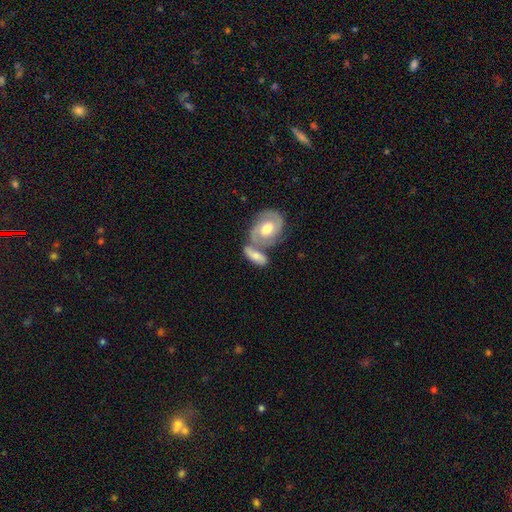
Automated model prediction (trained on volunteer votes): Q: Smooth or featured?
A: featured or disk (50%); runner-up: smooth (44%)
Q: Merging?
A: merger (49%); runner-up: none (33%)